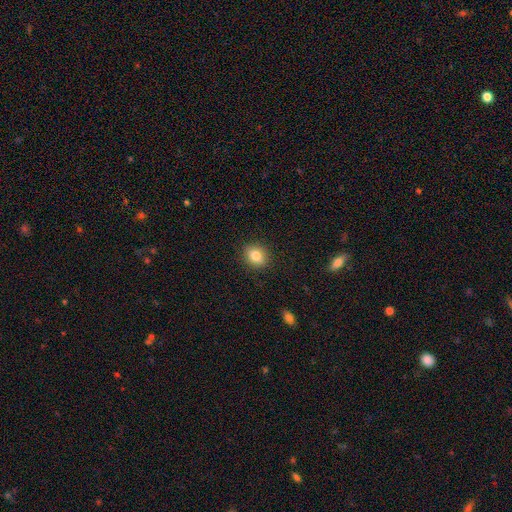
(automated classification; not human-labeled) Q: Smooth or featured?
A: smooth (84%); runner-up: star or artifact (9%)
Q: How rounded?
A: round (51%); runner-up: in between (48%)
Q: Merging?
A: none (88%); runner-up: minor disturbance (8%)